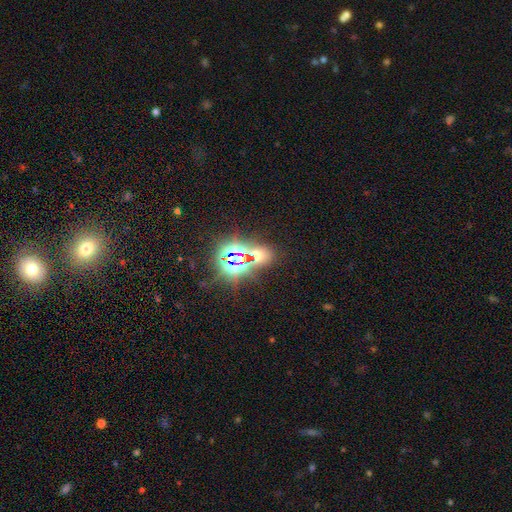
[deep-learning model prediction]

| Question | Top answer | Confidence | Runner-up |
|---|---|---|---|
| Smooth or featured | star or artifact | 66% | smooth (26%) |